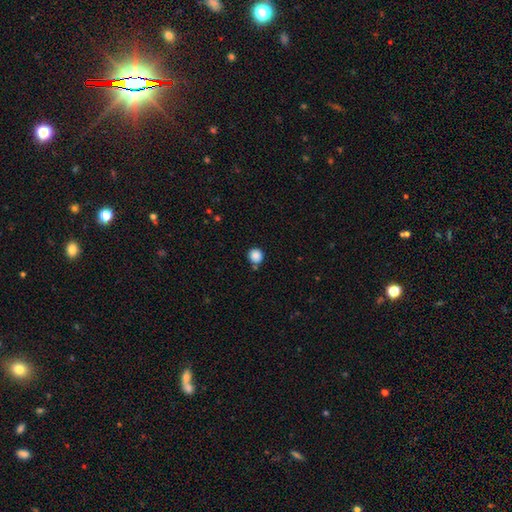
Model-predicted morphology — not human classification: This appears to be a smooth galaxy with no disk features (87%) that is round (90%). Merging: none (80%).